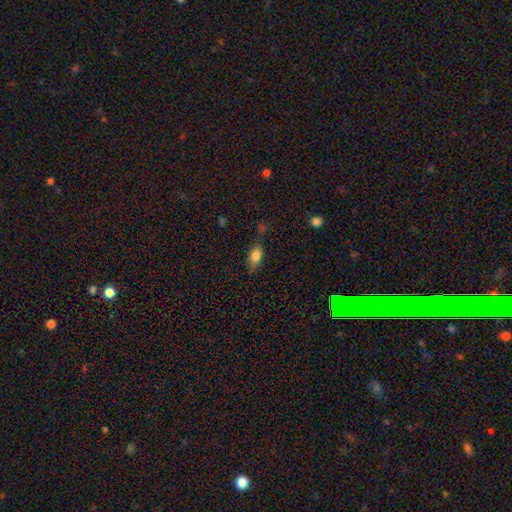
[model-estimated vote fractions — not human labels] This appears to be a smooth galaxy with no disk features (76%) that is in between round and cigar-shaped (81%). Merging: none (66%).